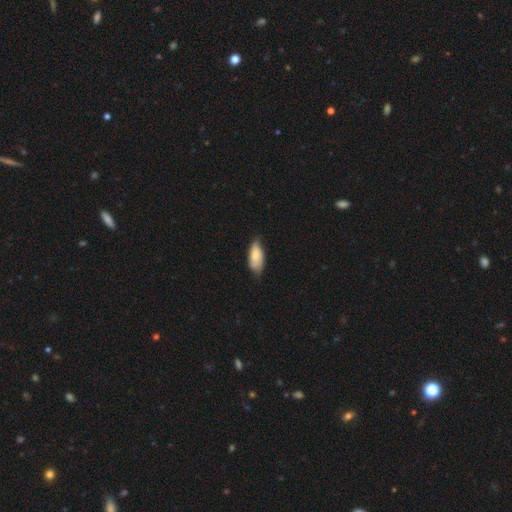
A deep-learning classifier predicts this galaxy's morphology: smooth-or-featured: smooth: 78% | featured or disk: 16% | star or artifact: 6%
  how-rounded: in between: 87% | cigar-shaped: 11% | round: 2%
  merging: none: 67% | minor disturbance: 28% | major disturbance: 4% | merger: 1%